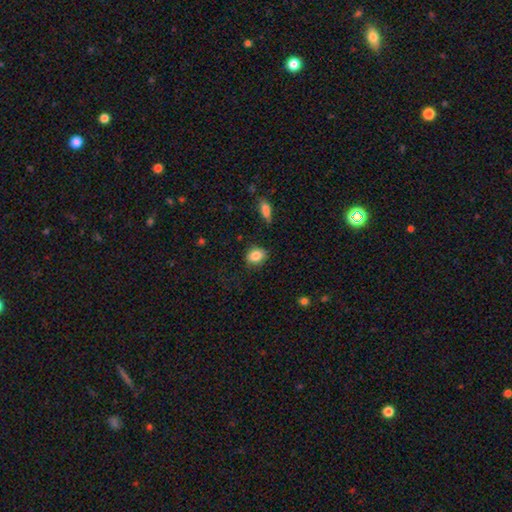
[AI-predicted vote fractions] Morphology: type=smooth (85%); roundness=in between (49%, tied with round); merging=none (81%).